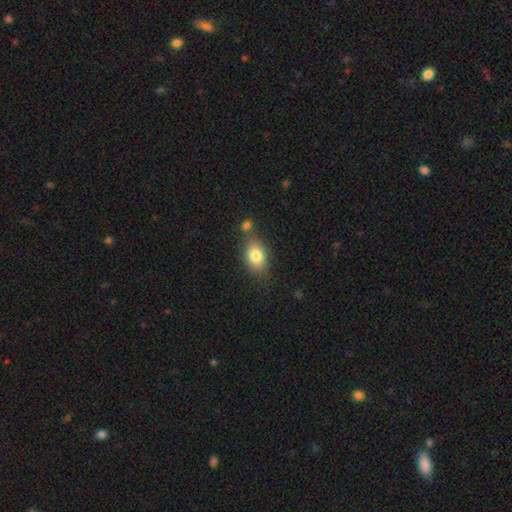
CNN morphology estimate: Overall: smooth (81%). How rounded: in between (80%). Merging: none (63%).